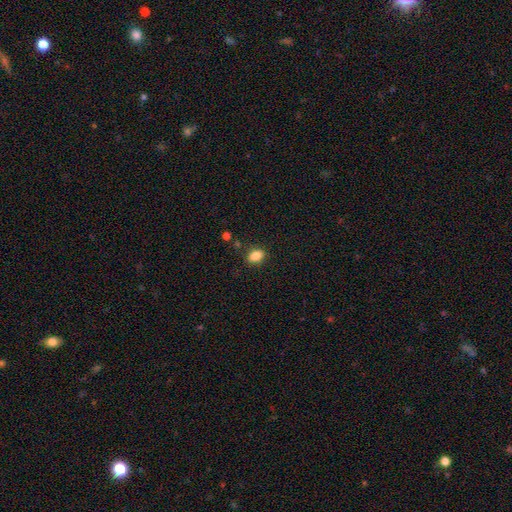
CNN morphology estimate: This is clearly a smooth galaxy (86%). How rounded: clearly in between (81%). Merging: clearly none (84%).